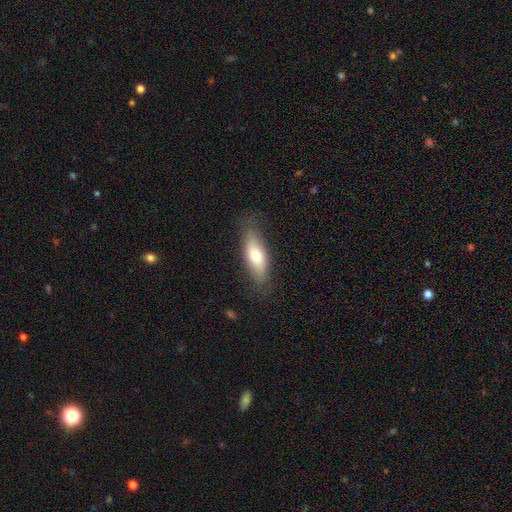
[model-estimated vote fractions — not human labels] Smooth or featured? Predicted: smooth (p=0.72). How rounded? Predicted: in between (p=0.66). Merging? Predicted: none (p=0.77).